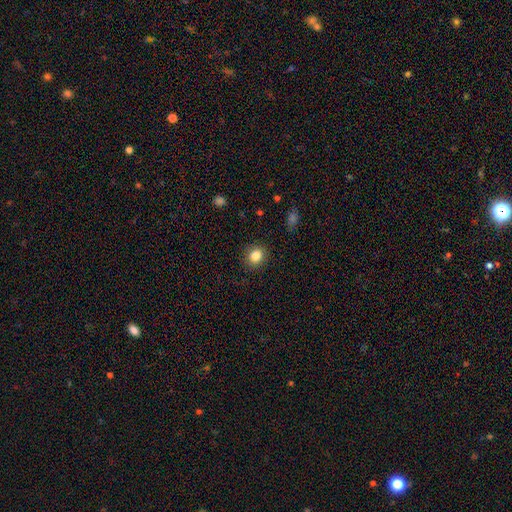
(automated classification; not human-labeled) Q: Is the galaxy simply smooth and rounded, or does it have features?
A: smooth — 84%.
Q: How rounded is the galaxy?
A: round — 73%.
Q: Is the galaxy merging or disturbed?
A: none — 89%.